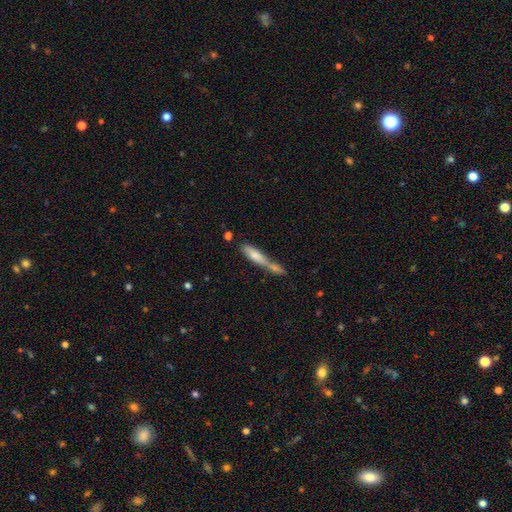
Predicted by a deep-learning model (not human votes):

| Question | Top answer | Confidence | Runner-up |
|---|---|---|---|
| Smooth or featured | smooth | 70% | featured or disk (23%) |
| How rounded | cigar-shaped | 72% | in between (26%) |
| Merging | merger | 60% | none (24%) |